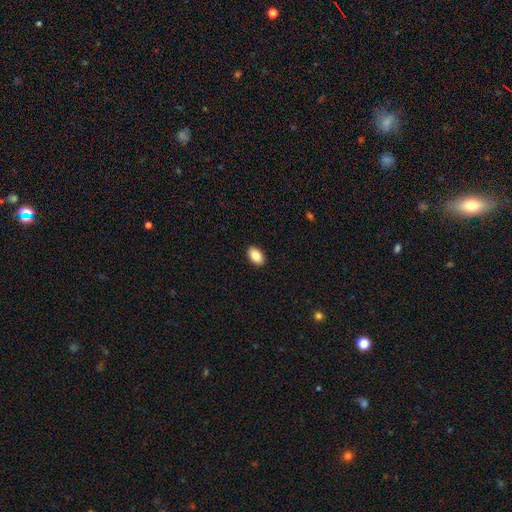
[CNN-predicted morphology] A smooth galaxy with no disk features (86%) that is in between round and cigar-shaped (92%).

Vote fractions:
- Smooth or featured? smooth: 86% / star or artifact: 7% / featured or disk: 7%
- How rounded? in between: 92% / round: 7% / cigar-shaped: 1%
- Merging? none: 91% / minor disturbance: 6% / major disturbance: 2% / merger: 1%